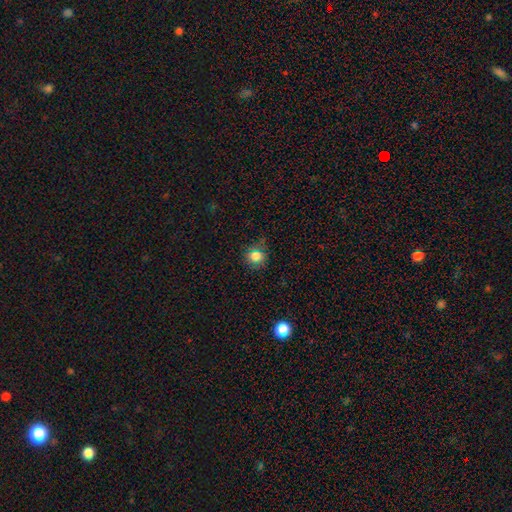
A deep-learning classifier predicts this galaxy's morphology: Smooth or featured?
  - smooth: 76% *
  - star or artifact: 18%
  - featured or disk: 6%
How rounded?
  - round: 86% *
  - in between: 12%
  - cigar-shaped: 1%
Merging?
  - none: 77% *
  - minor disturbance: 16%
  - major disturbance: 5%
  - merger: 2%